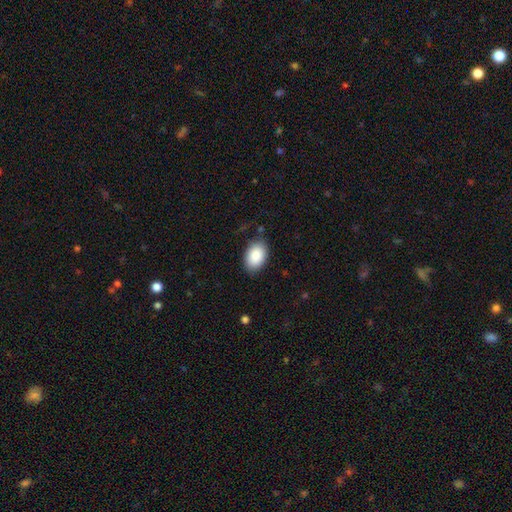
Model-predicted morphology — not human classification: Q: Smooth or featured?
A: smooth (89%); runner-up: star or artifact (6%)
Q: How rounded?
A: in between (89%); runner-up: round (10%)
Q: Merging?
A: none (81%); runner-up: minor disturbance (14%)